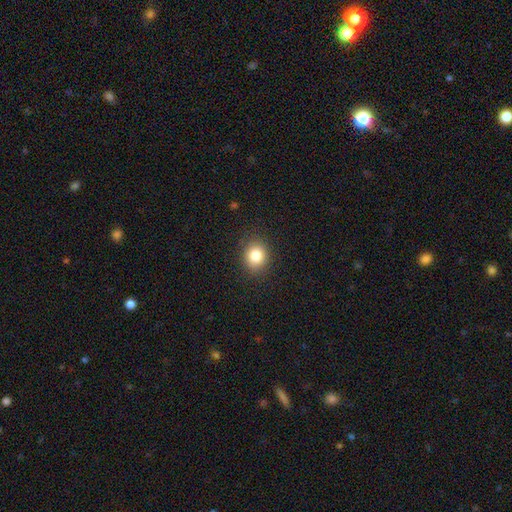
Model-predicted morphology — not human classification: A smooth galaxy with no disk features (84%) that is round (68%). Merging: none (88%).